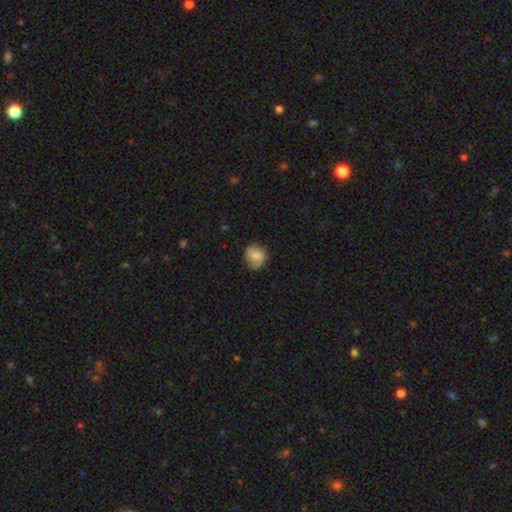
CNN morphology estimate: smooth-or-featured: smooth: 60% | featured or disk: 32% | star or artifact: 8%
  how-rounded: round: 72% | in between: 27% | cigar-shaped: 1%
  merging: none: 64% | minor disturbance: 24% | major disturbance: 10% | merger: 2%